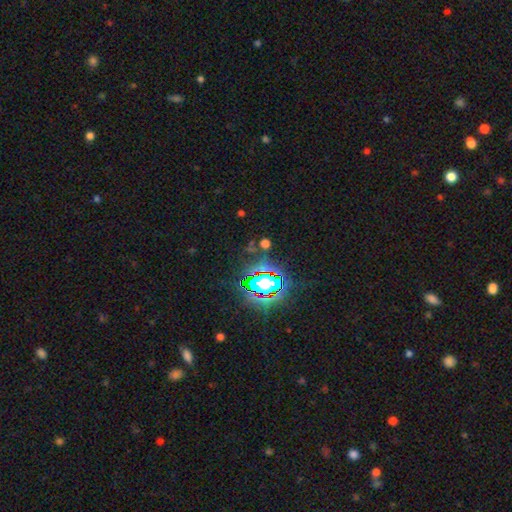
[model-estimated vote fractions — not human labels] A star or artifact, not a galaxy (82%).

Vote fractions:
- Smooth or featured? star or artifact: 82% / smooth: 11% / featured or disk: 7%